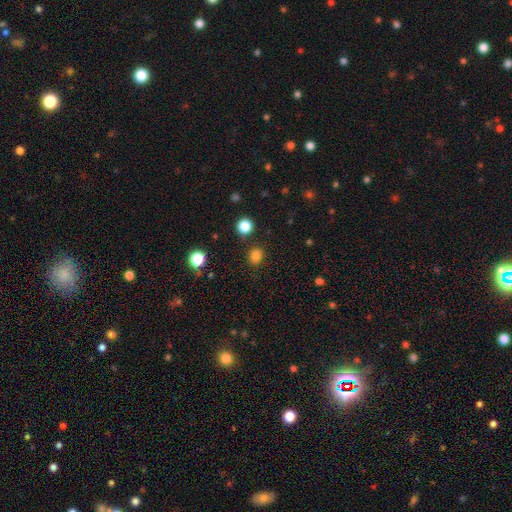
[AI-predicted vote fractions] Smooth or featured: smooth — 82% (star or artifact — 14%)
How rounded: round — 76% (in between — 23%)
Merging: none — 88% (minor disturbance — 7%)